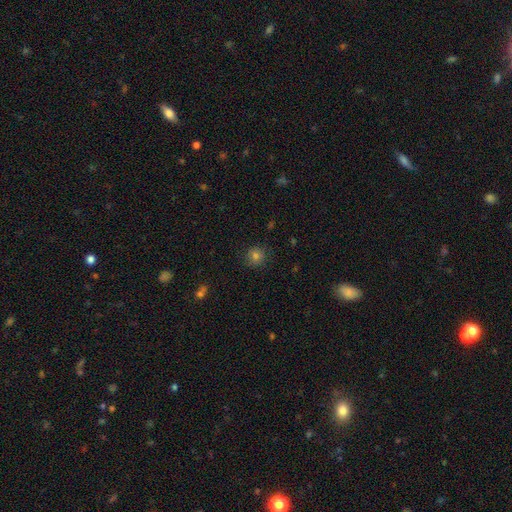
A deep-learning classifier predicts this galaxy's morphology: smooth-or-featured: smooth: 78% | star or artifact: 14% | featured or disk: 8%
  how-rounded: round: 90% | in between: 9% | cigar-shaped: 1%
  merging: none: 86% | minor disturbance: 10% | major disturbance: 3% | merger: 1%